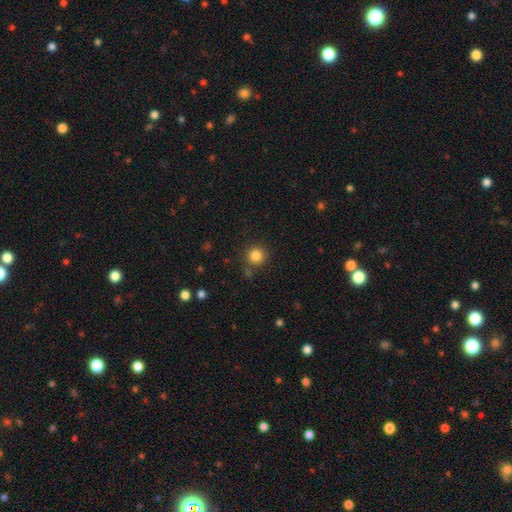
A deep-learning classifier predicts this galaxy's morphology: The model was most divided on "smooth or featured": smooth: 83%, star or artifact: 12%, featured or disk: 5%. More confident: how rounded — round (95%); merging — none (84%).